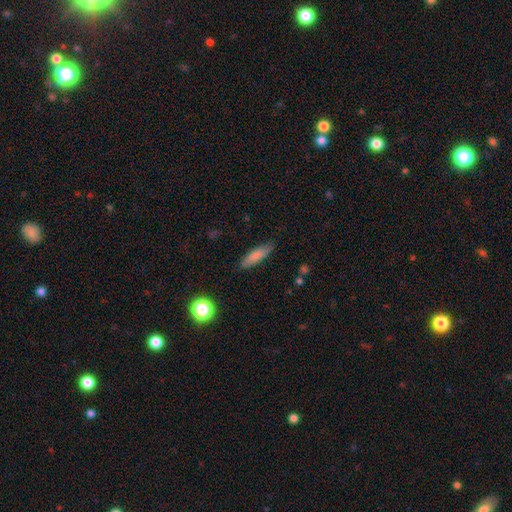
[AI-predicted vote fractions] smooth-or-featured: smooth: 81% | featured or disk: 11% | star or artifact: 7%
  how-rounded: cigar-shaped: 64% | in between: 34% | round: 2%
  merging: none: 84% | minor disturbance: 12% | major disturbance: 2% | merger: 1%